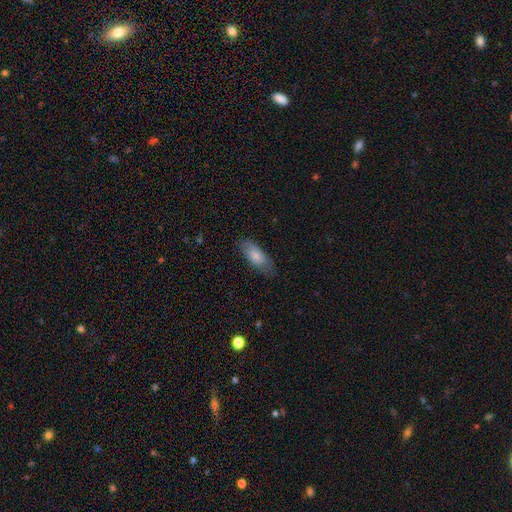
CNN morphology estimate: A smooth galaxy with no disk features (74%) that is in between round and cigar-shaped (80%). Merging: none (78%).